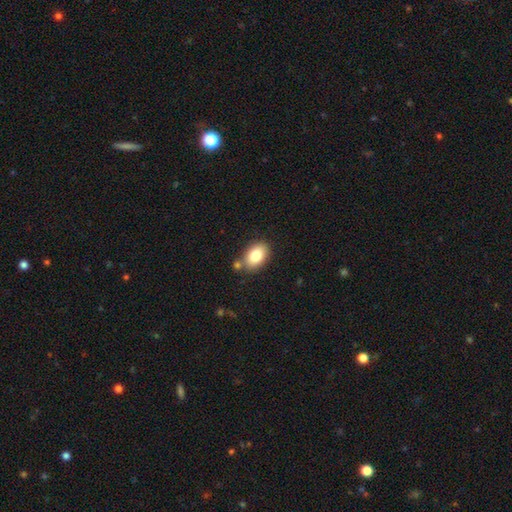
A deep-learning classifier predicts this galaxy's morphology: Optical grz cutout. It shows a smooth galaxy with no disk features (81%) that is in between round and cigar-shaped (86%). Merging: none (72%).